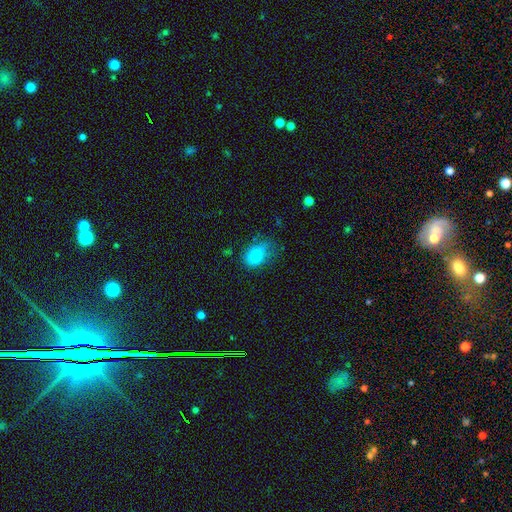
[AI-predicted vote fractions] Smooth or featured: smooth — 82% (star or artifact — 9%)
How rounded: in between — 81% (round — 17%)
Merging: none — 46% (minor disturbance — 34%)